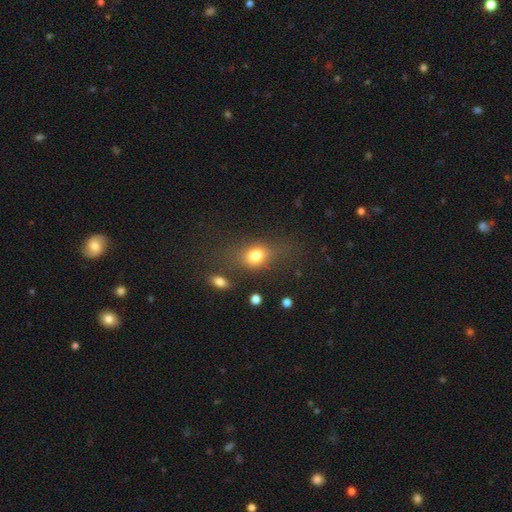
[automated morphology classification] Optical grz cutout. It shows a smooth galaxy with no disk features (76%) that is in between round and cigar-shaped (63%). Merging: none (56%).